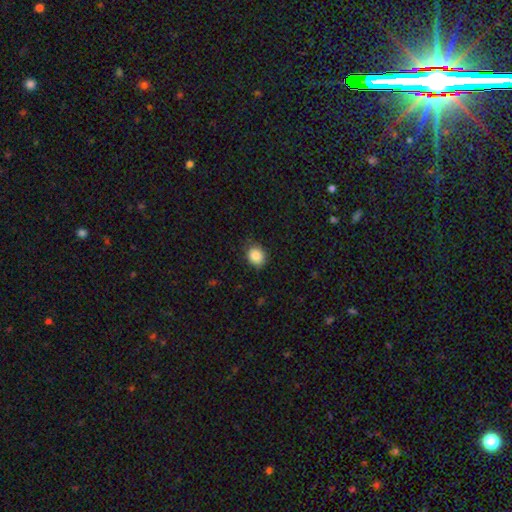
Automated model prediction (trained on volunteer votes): This appears to be a smooth galaxy with no disk features (88%) that is round (66%). Merging: none (81%).